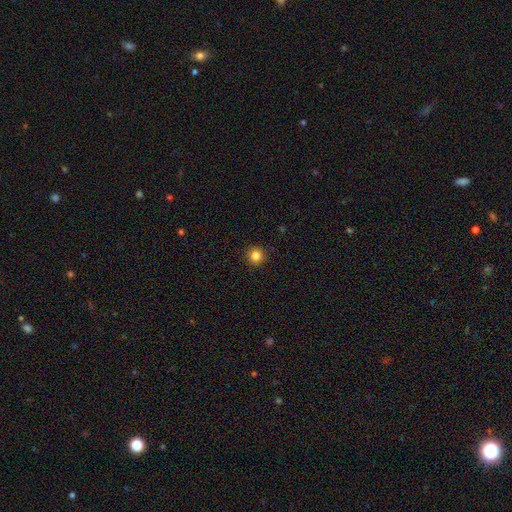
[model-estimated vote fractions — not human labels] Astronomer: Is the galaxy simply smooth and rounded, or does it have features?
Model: smooth — 84%.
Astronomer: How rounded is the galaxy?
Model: round — 94%.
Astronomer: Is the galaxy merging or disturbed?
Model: none — 92%.